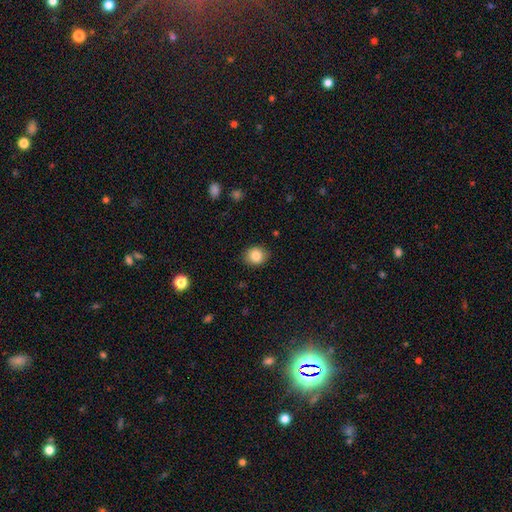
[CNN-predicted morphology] This is clearly a smooth galaxy (85%). How rounded: likely round (71%). Merging: clearly none (87%).